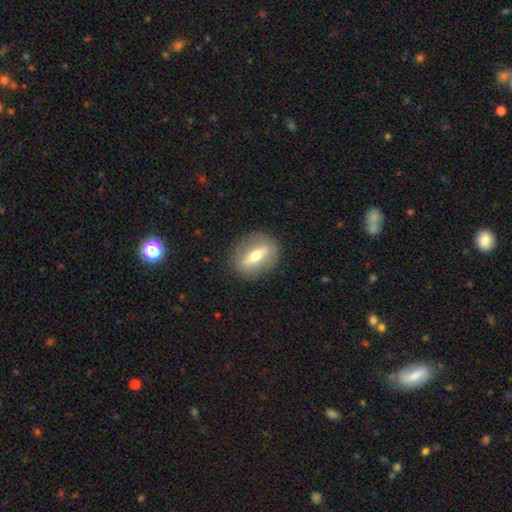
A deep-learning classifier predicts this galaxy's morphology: type=smooth (49%); merging=none (86%).